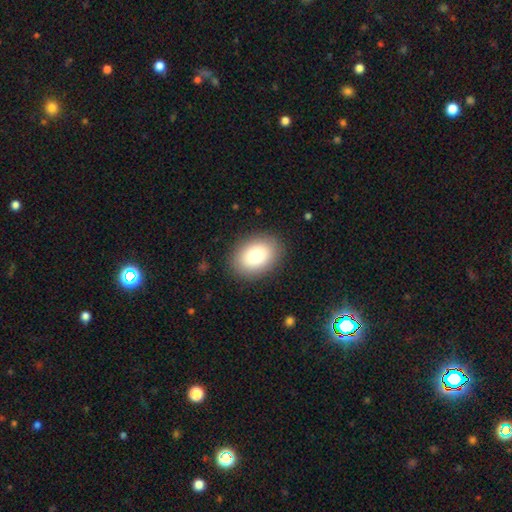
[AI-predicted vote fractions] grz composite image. It shows a smooth galaxy with no disk features (81%) that is in between round and cigar-shaped (72%). Merging: none (87%).